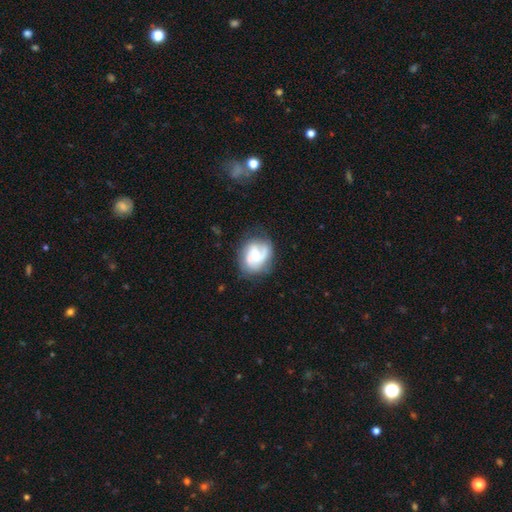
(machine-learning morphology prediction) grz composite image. It shows a featured or disk galaxy (62%) with no bar (64%), spiral arms (77%) and a moderate central bulge (45%). Merging: none (57%).